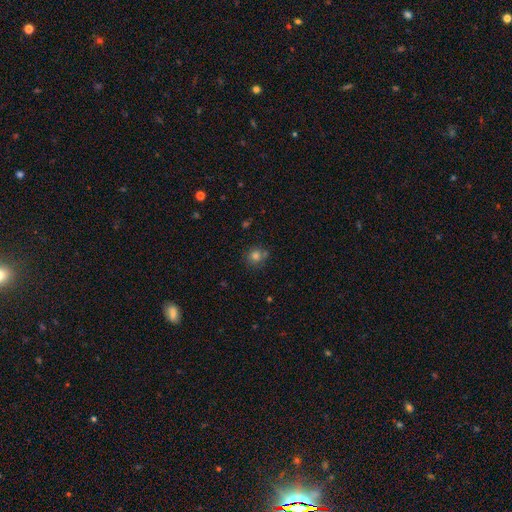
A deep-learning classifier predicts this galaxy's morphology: Smooth or featured?
  - smooth: 78% *
  - star or artifact: 14%
  - featured or disk: 7%
How rounded?
  - round: 89% *
  - in between: 10%
  - cigar-shaped: 1%
Merging?
  - none: 73% *
  - merger: 12%
  - minor disturbance: 12%
  - major disturbance: 3%